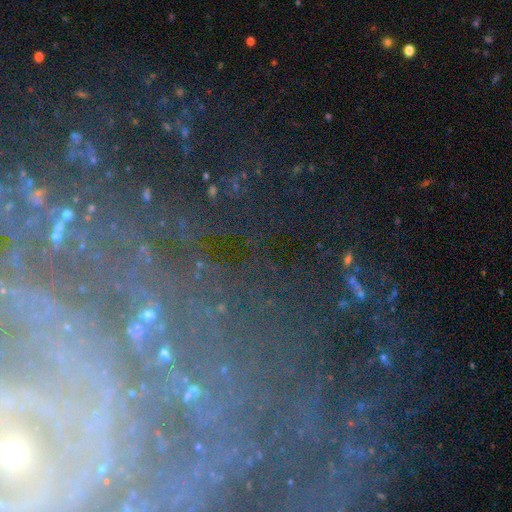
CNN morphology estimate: A featured or disk galaxy (57%) with no bar (50%), spiral arms (81%) and a small central bulge (58%).

Vote fractions:
- Smooth or featured? featured or disk: 57% / star or artifact: 29% / smooth: 14%
- Edge-on disk? no: 89% / yes: 11%
- Bar? no: 50% / weak: 27% / strong: 23%
- Spiral arms? yes: 81% / no: 19%
- Bulge size? small: 58% / moderate: 20% / none: 12% / large: 5% / dominant: 4%
- Merging? none: 72% / minor disturbance: 14% / major disturbance: 10% / merger: 4%